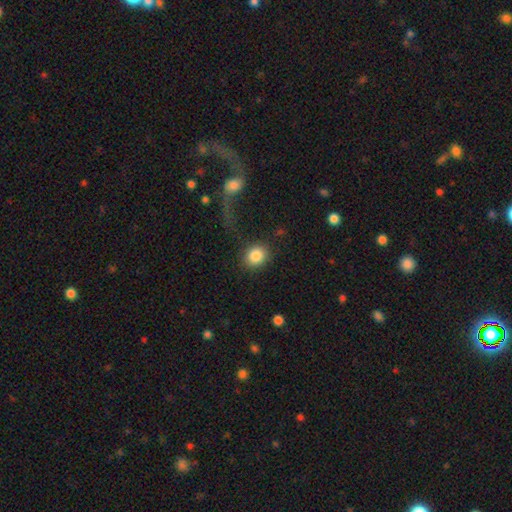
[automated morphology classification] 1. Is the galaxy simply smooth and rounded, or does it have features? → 86% smooth, 8% star or artifact, 6% featured or disk.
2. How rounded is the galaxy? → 72% round, 27% in between, 1% cigar-shaped.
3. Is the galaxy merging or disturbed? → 79% none, 10% minor disturbance, 7% major disturbance, 4% merger.